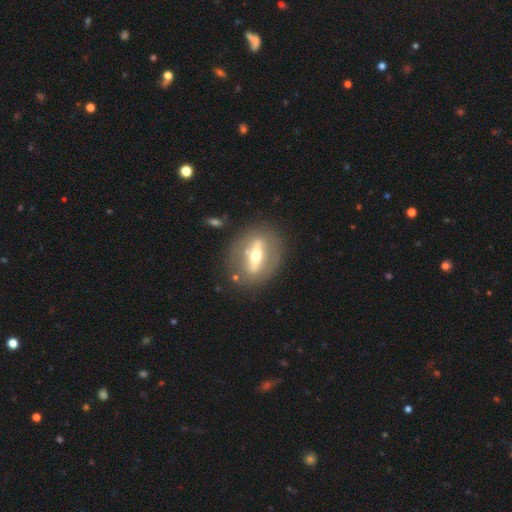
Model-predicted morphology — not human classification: The model was most divided on "edge-on disk": no: 60%, yes: 40%. More confident: merging — none (81%); smooth or featured — featured or disk (71%).